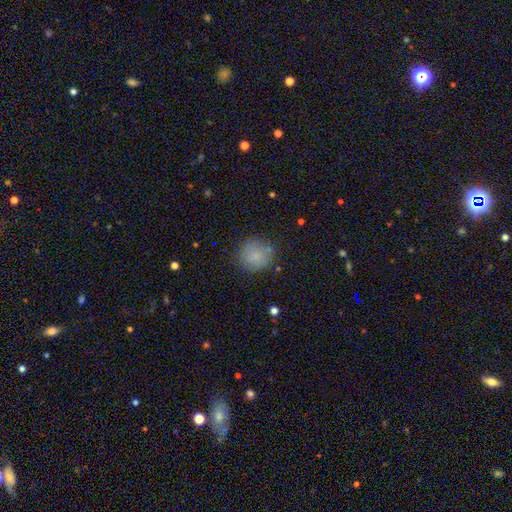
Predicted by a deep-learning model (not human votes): Smooth or featured?
  - smooth: 82% *
  - star or artifact: 10%
  - featured or disk: 8%
How rounded?
  - round: 88% *
  - in between: 11%
  - cigar-shaped: 1%
Merging?
  - none: 80% *
  - minor disturbance: 14%
  - major disturbance: 4%
  - merger: 2%